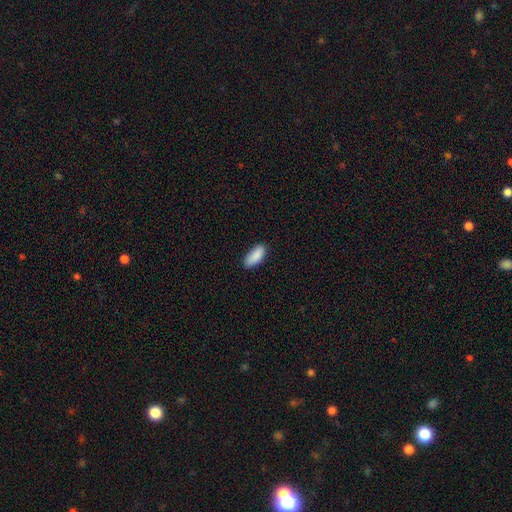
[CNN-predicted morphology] smooth 89%, star or artifact 6%, featured or disk 4%. Down the decision tree: how rounded — in between (80%); merging — none (81%).